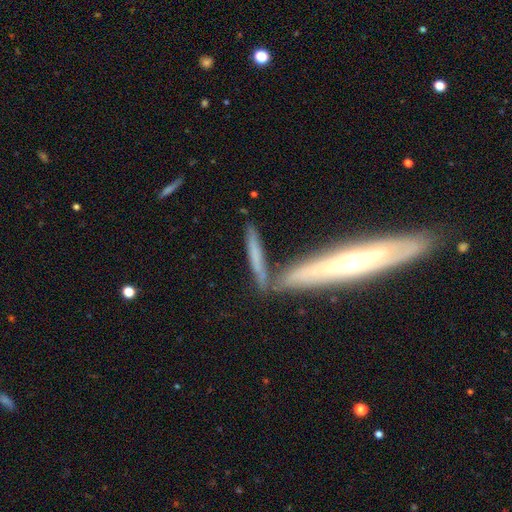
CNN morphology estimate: type=smooth (51%); roundness=cigar-shaped (90%); merging=none (59%).